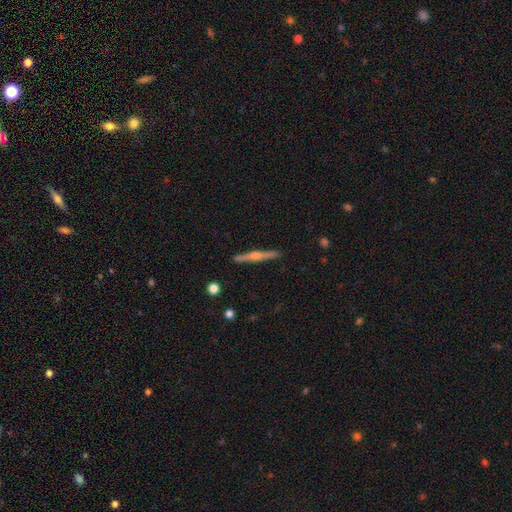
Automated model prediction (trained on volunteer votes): smooth-or-featured: featured or disk: 70% | smooth: 24% | star or artifact: 6%
  disk-edge-on: yes: 98% | no: 2%
    edge-on-bulge: rounded: 86% | none: 8% | boxy: 6%
  merging: none: 91% | minor disturbance: 6% | major disturbance: 1% | merger: 1%